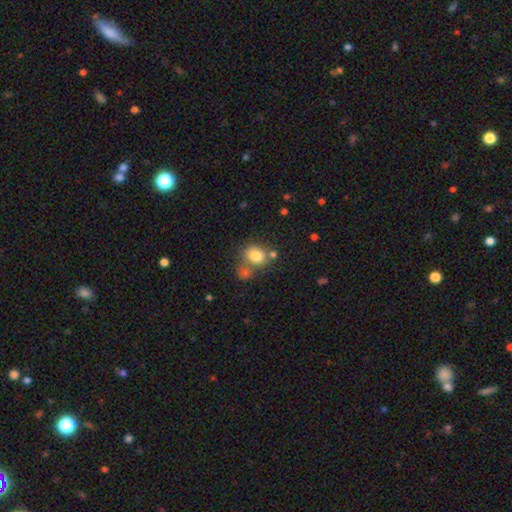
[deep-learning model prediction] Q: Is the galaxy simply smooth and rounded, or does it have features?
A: smooth — 78%.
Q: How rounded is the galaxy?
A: round — 65%.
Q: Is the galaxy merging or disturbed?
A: none — 55%.